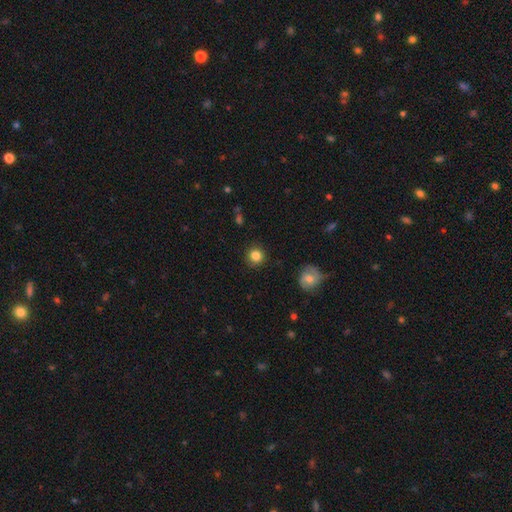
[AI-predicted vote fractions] smooth-or-featured: smooth: 85% | star or artifact: 10% | featured or disk: 5%
  how-rounded: round: 93% | in between: 6% | cigar-shaped: 1%
  merging: none: 89% | minor disturbance: 7% | major disturbance: 2% | merger: 1%